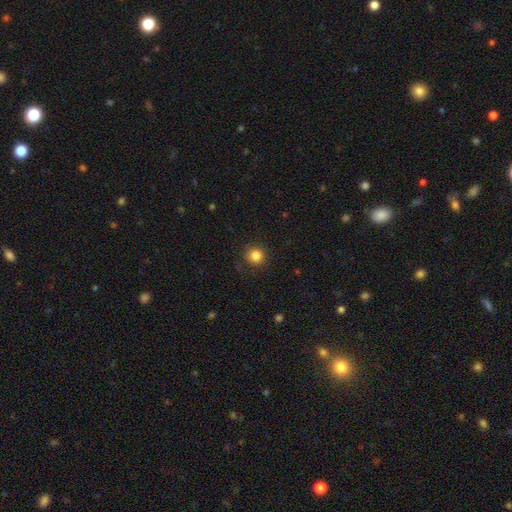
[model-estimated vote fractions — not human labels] Smooth or featured? smooth (84%)
How rounded? round (93%)
Merging? none (88%)